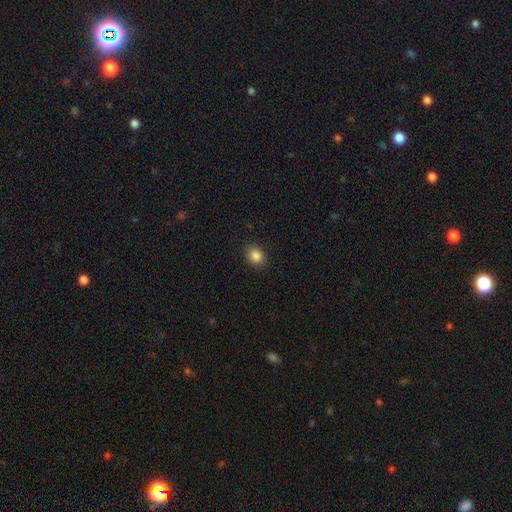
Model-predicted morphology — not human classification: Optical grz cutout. It shows a smooth galaxy with no disk features (86%) that is round (51%). Merging: none (88%).